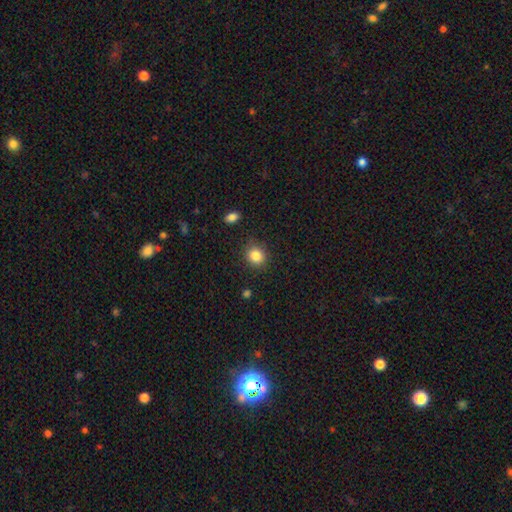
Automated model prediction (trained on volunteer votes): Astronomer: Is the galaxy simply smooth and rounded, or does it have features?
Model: smooth — 85%.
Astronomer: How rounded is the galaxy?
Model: round — 70%.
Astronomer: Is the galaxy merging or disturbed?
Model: none — 85%.